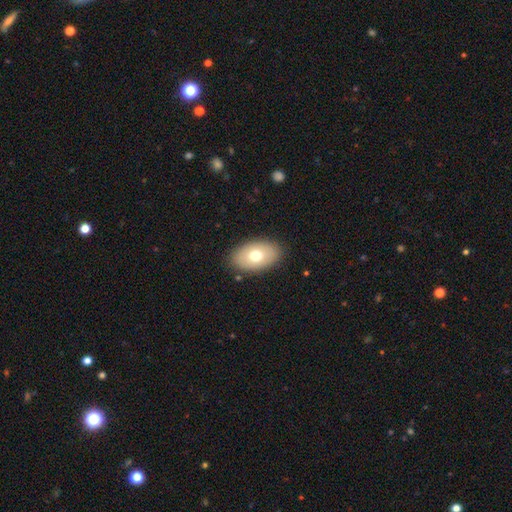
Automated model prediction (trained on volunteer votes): A smooth galaxy with no disk features (70%) that is in between round and cigar-shaped (91%).

Vote fractions:
- Smooth or featured? smooth: 70% / featured or disk: 22% / star or artifact: 8%
- How rounded? in between: 91% / round: 8% / cigar-shaped: 1%
- Merging? none: 86% / minor disturbance: 10% / major disturbance: 3% / merger: 1%